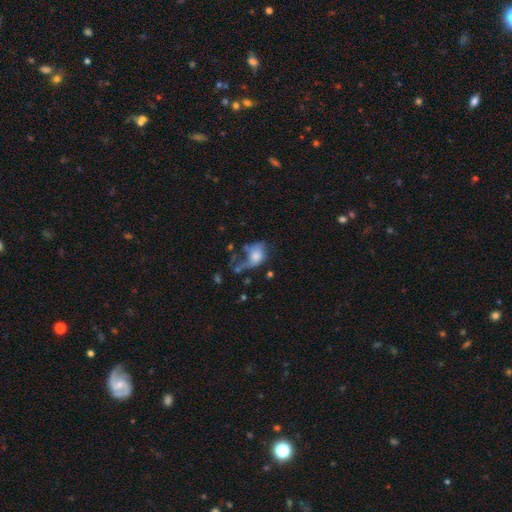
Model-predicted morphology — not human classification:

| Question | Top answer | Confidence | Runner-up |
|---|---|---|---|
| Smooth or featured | smooth | 57% | featured or disk (33%) |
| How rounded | in between | 73% | round (25%) |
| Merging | major disturbance | 47% | none (21%) |